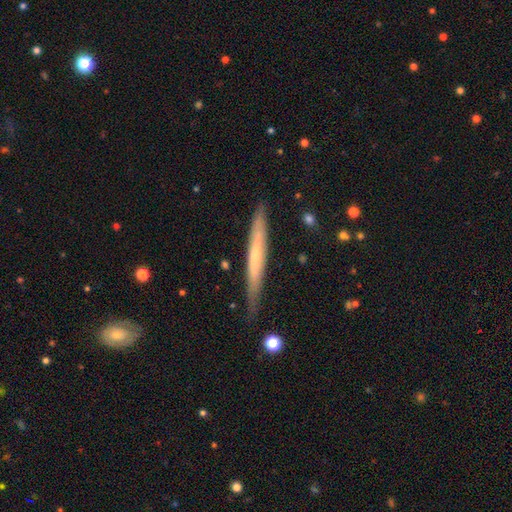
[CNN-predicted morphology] type=featured or disk (53%); edge-on=yes (92%); merging=none (83%).